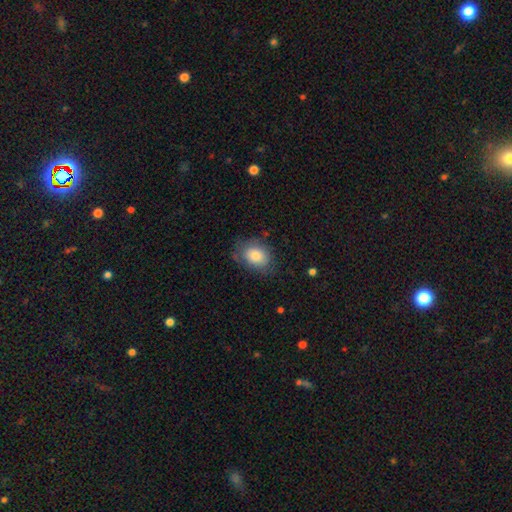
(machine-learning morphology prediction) Q: Smooth or featured?
A: smooth (78%); runner-up: featured or disk (14%)
Q: How rounded?
A: in between (66%); runner-up: round (33%)
Q: Merging?
A: none (70%); runner-up: minor disturbance (21%)